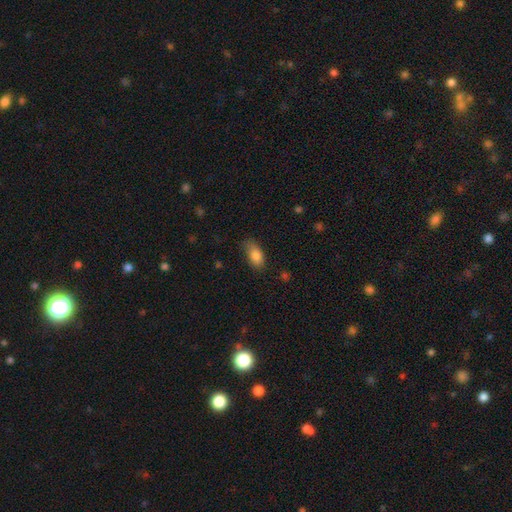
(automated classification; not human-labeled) This appears to be a smooth galaxy with no disk features (83%) that is in between round and cigar-shaped (88%). Merging: none (63%).